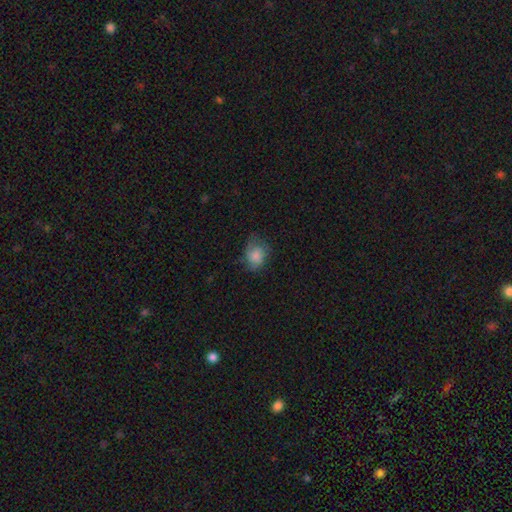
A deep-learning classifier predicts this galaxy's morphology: type=smooth (70%); roundness=in between (50%); merging=none (57%).